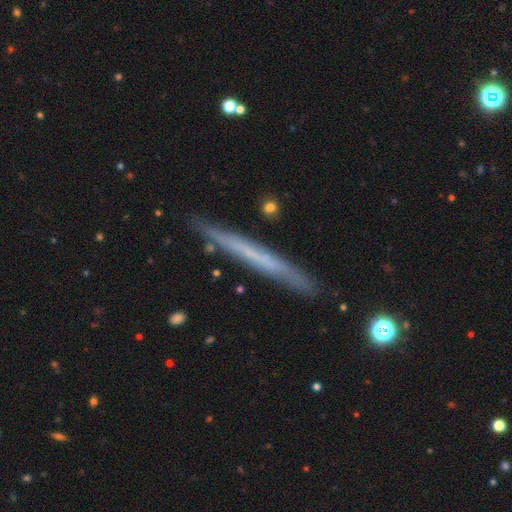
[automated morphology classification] smooth_or_featured: featured or disk (p=0.51) [alt: smooth p=0.43]
disk_edge_on: yes (p=0.94) [alt: no p=0.06]
merging: none (p=0.87) [alt: minor disturbance p=0.09]